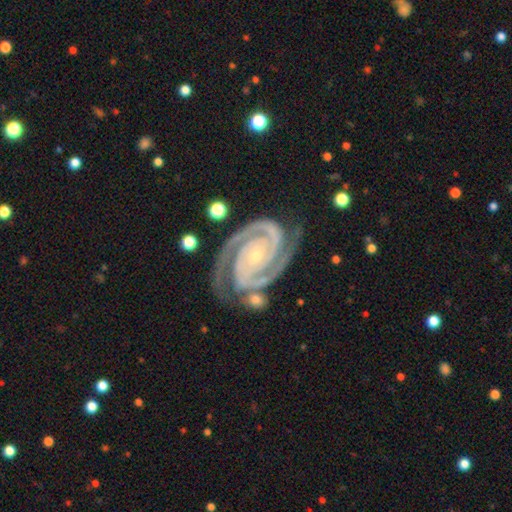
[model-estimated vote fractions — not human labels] Smooth or featured: featured or disk — 94% (star or artifact — 4%)
Edge-on disk: no — 98% (yes — 2%)
Bar: no — 58% (weak — 22%)
Spiral arms: yes — 99% (no — 1%)
Spiral winding: tight — 80% (medium — 18%)
Spiral arm count: 2 — 87% (3 — 7%)
Bulge size: small — 82% (moderate — 14%)
Merging: none — 77% (minor disturbance — 15%)